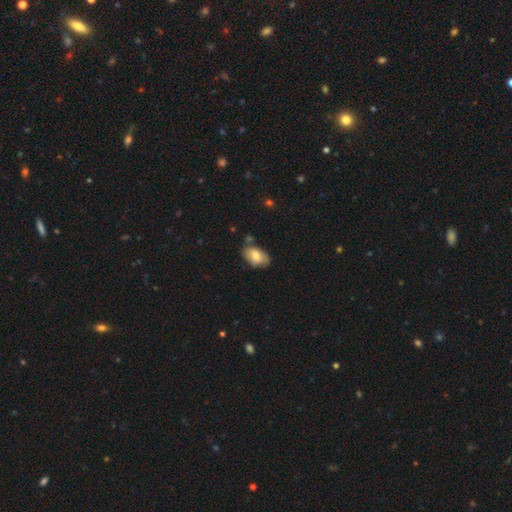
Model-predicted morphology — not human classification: Smooth or featured?
  - smooth: 75% *
  - featured or disk: 18%
  - star or artifact: 7%
How rounded?
  - in between: 93% *
  - round: 6%
  - cigar-shaped: 2%
Merging?
  - none: 70% *
  - minor disturbance: 21%
  - merger: 5%
  - major disturbance: 4%